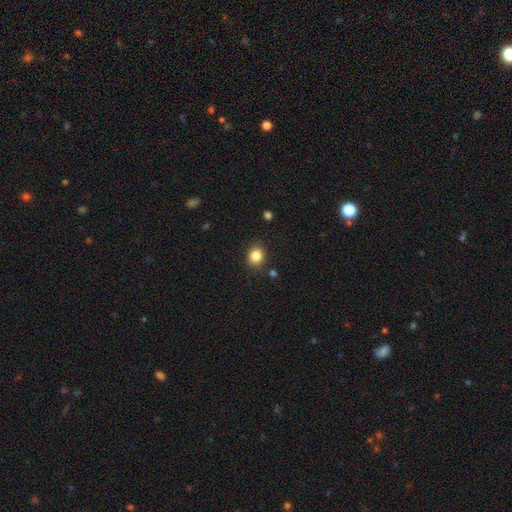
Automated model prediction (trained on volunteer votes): Smooth or featured? smooth (84%)
How rounded? round (69%)
Merging? none (86%)